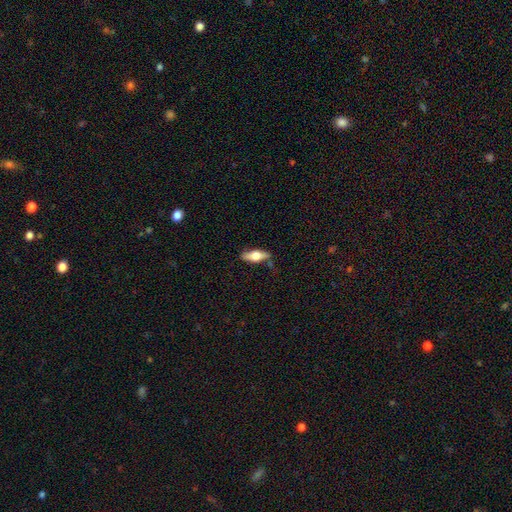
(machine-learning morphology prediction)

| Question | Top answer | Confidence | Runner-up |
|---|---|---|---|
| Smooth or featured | smooth | 52% | featured or disk (42%) |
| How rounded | in between | 62% | cigar-shaped (34%) |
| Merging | none | 73% | minor disturbance (19%) |